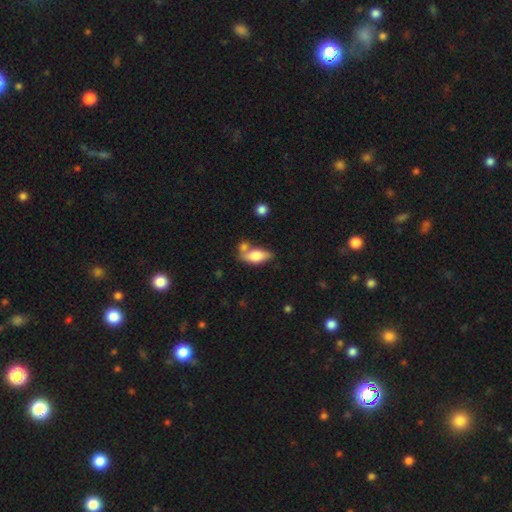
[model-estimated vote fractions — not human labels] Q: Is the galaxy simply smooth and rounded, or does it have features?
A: smooth — 66%.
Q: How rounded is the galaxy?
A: in between — 76%.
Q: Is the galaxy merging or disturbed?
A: none — 52%.